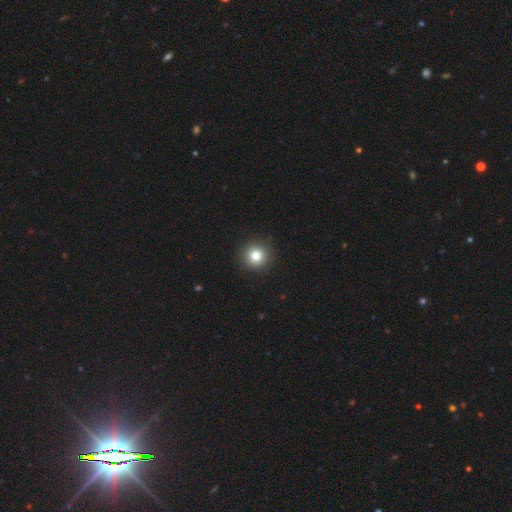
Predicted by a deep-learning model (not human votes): Smooth or featured? smooth (80%)
How rounded? round (95%)
Merging? none (93%)